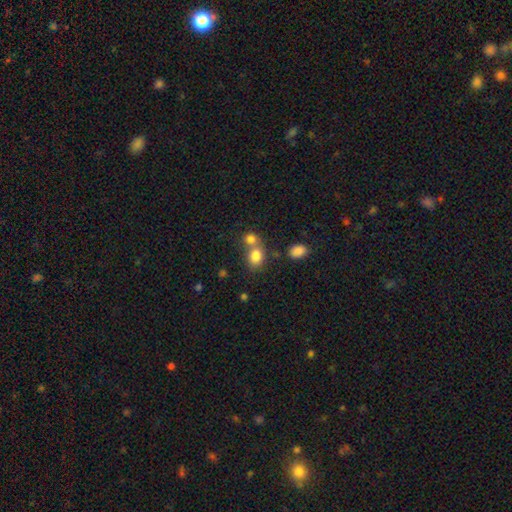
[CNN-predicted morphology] Q: Smooth or featured?
A: smooth (81%); runner-up: star or artifact (11%)
Q: How rounded?
A: round (51%); runner-up: in between (48%)
Q: Merging?
A: merger (44%); tied with: none (44%)